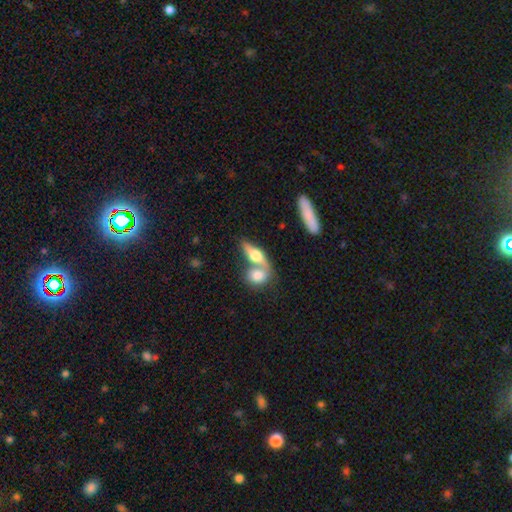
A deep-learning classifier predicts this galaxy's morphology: Smooth or featured: smooth — 54% (featured or disk — 39%)
How rounded: in between — 59% (cigar-shaped — 30%)
Merging: merger — 56% (none — 32%)